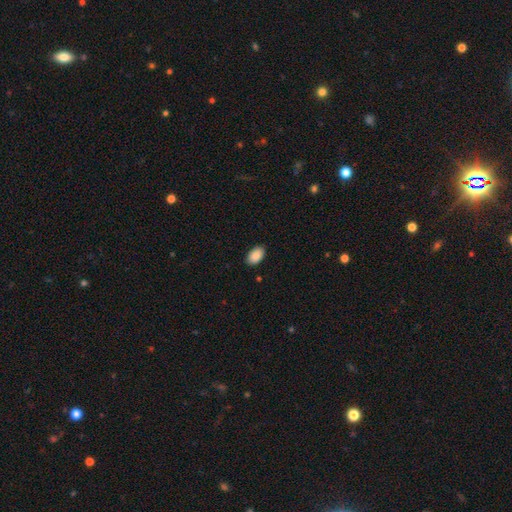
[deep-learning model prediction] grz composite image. It shows a smooth galaxy with no disk features (90%) that is in between round and cigar-shaped (92%). Merging: none (87%).